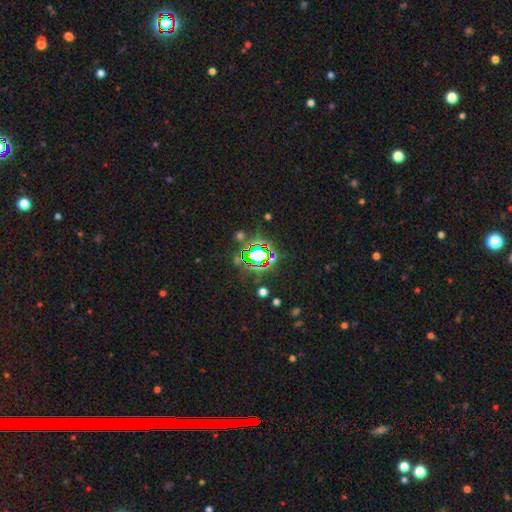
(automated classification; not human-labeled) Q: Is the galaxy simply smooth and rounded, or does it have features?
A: star or artifact — 73%.